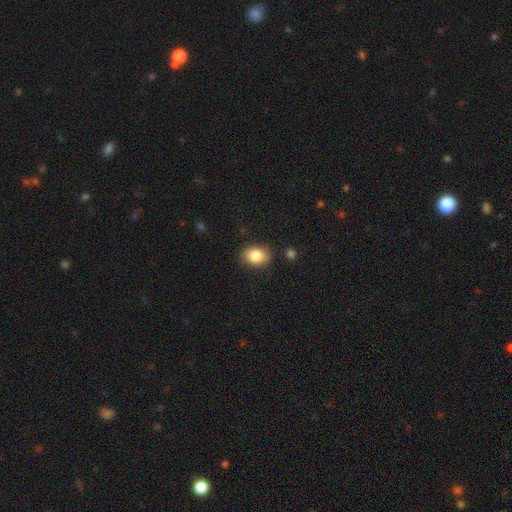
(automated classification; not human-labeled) smooth 83%, star or artifact 9%, featured or disk 9%. Down the decision tree: how rounded — in between (67%); merging — none (83%).